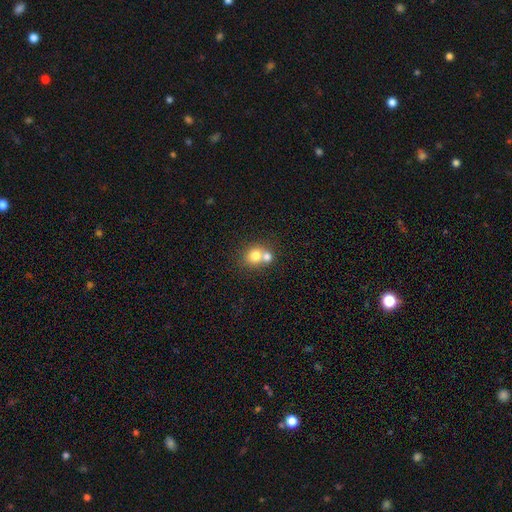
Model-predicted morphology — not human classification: Overall: smooth (75%). How rounded: round (77%). Merging: merger (56%; none 36%).